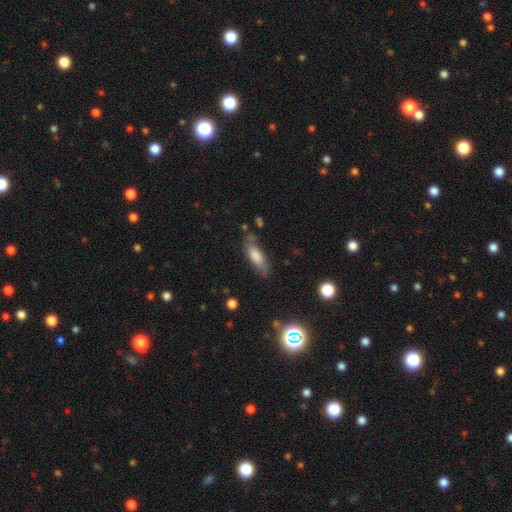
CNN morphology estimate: smooth 67%, featured or disk 25%, star or artifact 8%. Down the decision tree: how rounded — in between (57%); merging — none (72%).